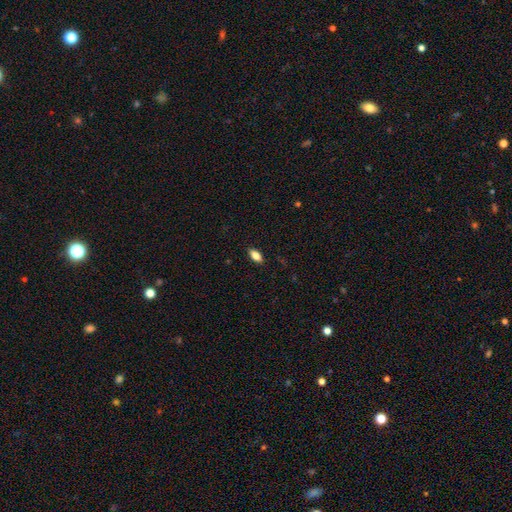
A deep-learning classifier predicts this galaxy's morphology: smooth-or-featured: smooth: 78% | featured or disk: 13% | star or artifact: 8%
  how-rounded: in between: 85% | cigar-shaped: 11% | round: 4%
  merging: none: 88% | minor disturbance: 9% | major disturbance: 2% | merger: 1%